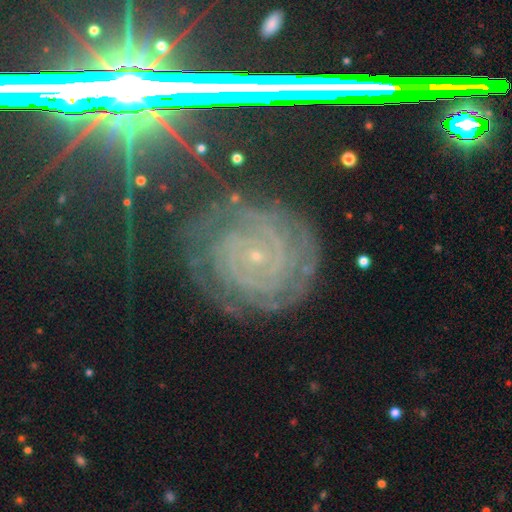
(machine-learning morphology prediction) featured or disk 77%, star or artifact 14%, smooth 9%. Down the decision tree: edge-on disk — no (96%); bar — no (74%); spiral arms — yes (96%); spiral arm count — 2 (29%); spiral winding — tight (83%); bulge size — small (88%); merging — none (79%).